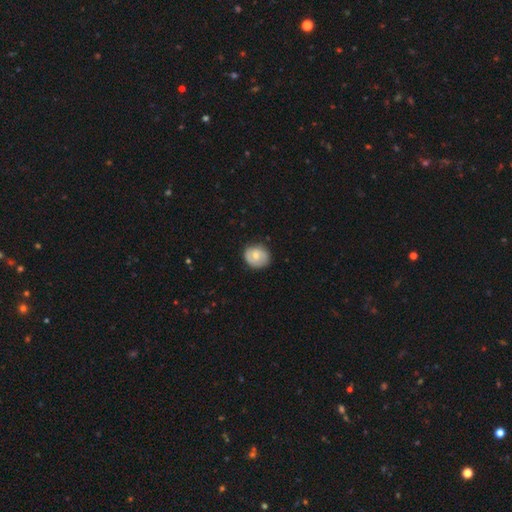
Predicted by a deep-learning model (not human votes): Smooth or featured: smooth — 55% (featured or disk — 38%)
How rounded: round — 76% (in between — 23%)
Merging: none — 80% (minor disturbance — 16%)